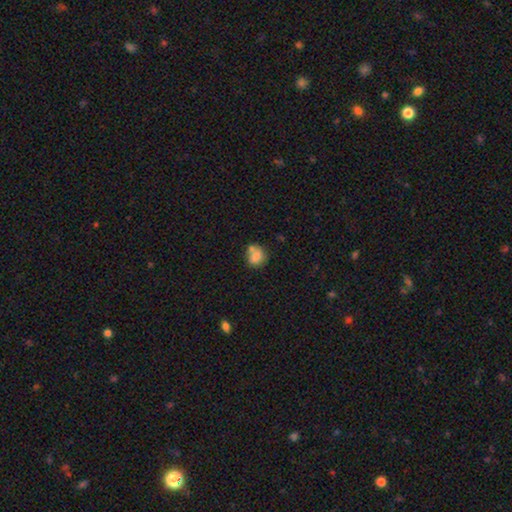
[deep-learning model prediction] Q: Smooth or featured?
A: smooth (76%); runner-up: featured or disk (14%)
Q: How rounded?
A: round (61%); runner-up: in between (38%)
Q: Merging?
A: none (42%); runner-up: merger (34%)